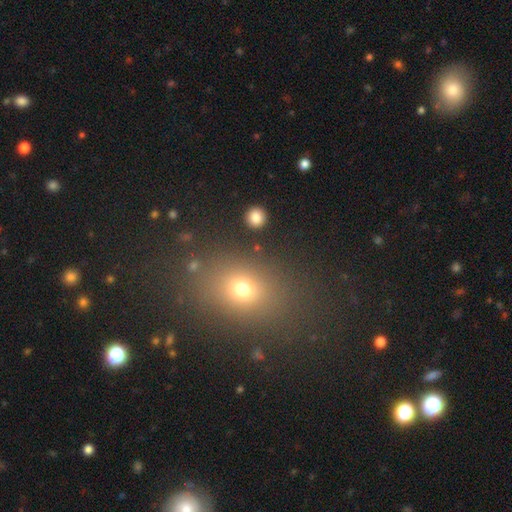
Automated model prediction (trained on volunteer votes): Q: Smooth or featured?
A: smooth (60%); runner-up: star or artifact (29%)
Q: How rounded?
A: in between (59%); runner-up: round (39%)
Q: Merging?
A: none (85%); runner-up: minor disturbance (8%)